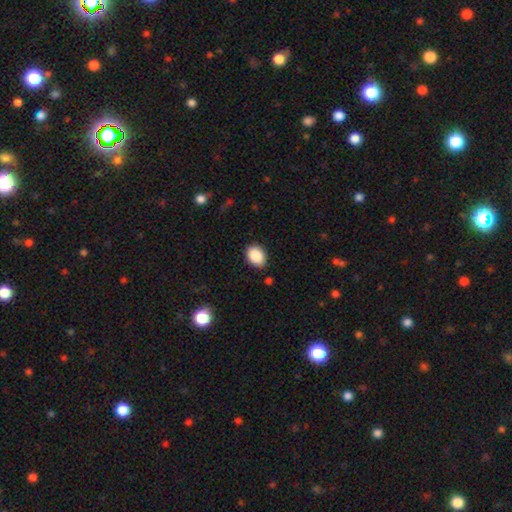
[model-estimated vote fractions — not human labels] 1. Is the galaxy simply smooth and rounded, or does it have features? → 88% smooth, 8% star or artifact, 4% featured or disk.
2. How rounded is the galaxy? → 80% in between, 19% round, 1% cigar-shaped.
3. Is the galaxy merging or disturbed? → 86% none, 10% minor disturbance, 2% major disturbance, 1% merger.